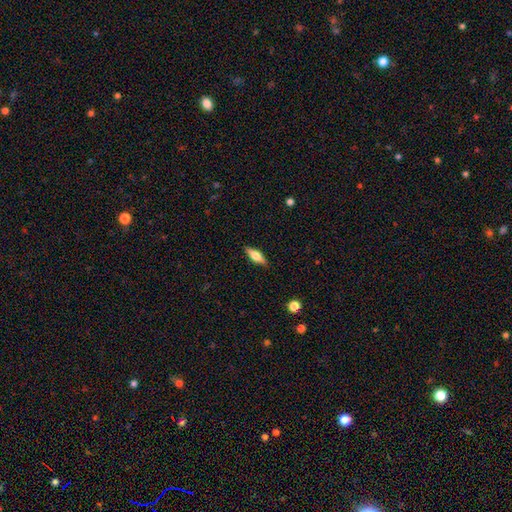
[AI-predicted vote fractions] This is possibly a smooth galaxy (54%). How rounded: possibly in between (54%). Merging: clearly none (88%).